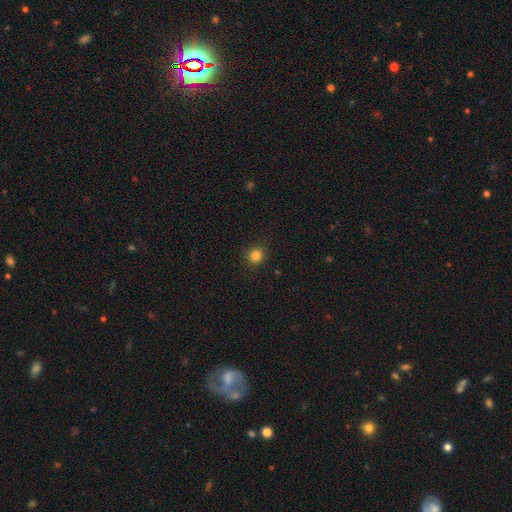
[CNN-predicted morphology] Smooth or featured: smooth — 84% (star or artifact — 12%)
How rounded: round — 88% (in between — 11%)
Merging: none — 89% (minor disturbance — 8%)